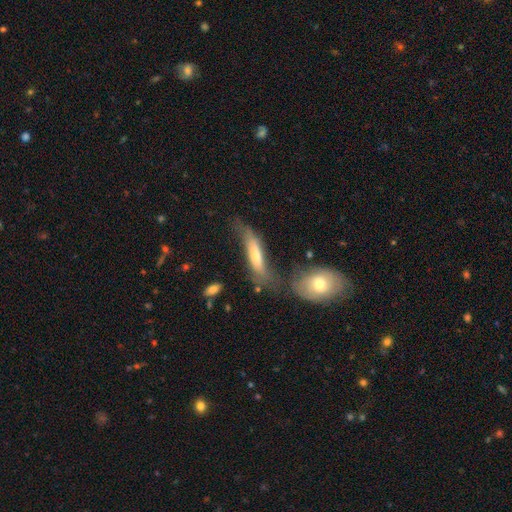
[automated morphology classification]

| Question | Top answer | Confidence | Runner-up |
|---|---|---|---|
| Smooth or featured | smooth | 53% | featured or disk (40%) |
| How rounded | cigar-shaped | 67% | in between (30%) |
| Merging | none | 40% | minor disturbance (25%) |